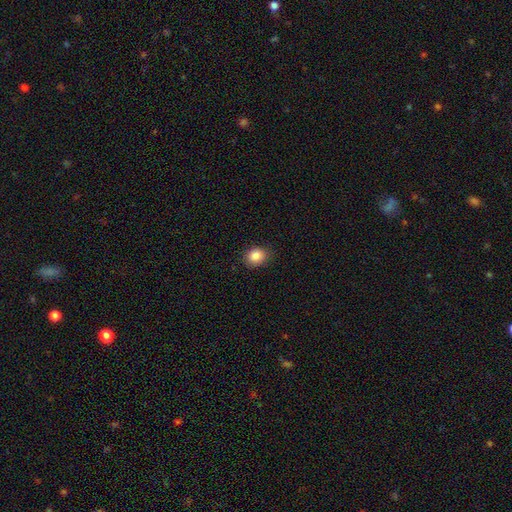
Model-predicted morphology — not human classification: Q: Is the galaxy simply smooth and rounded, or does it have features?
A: smooth — 85%.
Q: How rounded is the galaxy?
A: round — 60%.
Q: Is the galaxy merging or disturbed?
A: none — 86%.